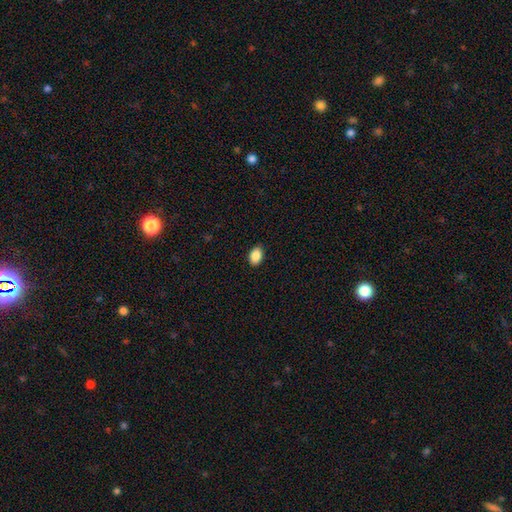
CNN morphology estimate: Smooth or featured?
  - smooth: 89% *
  - star or artifact: 8%
  - featured or disk: 3%
How rounded?
  - in between: 88% *
  - round: 11%
  - cigar-shaped: 1%
Merging?
  - none: 88% *
  - minor disturbance: 9%
  - major disturbance: 2%
  - merger: 1%